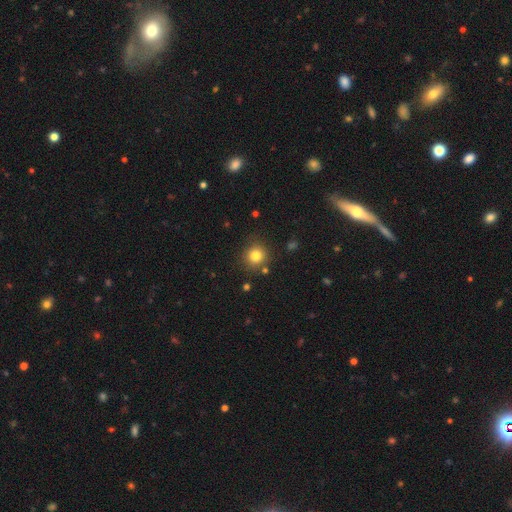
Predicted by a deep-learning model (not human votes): Smooth or featured: smooth — 81% (star or artifact — 13%)
How rounded: round — 91% (in between — 9%)
Merging: none — 84% (minor disturbance — 9%)